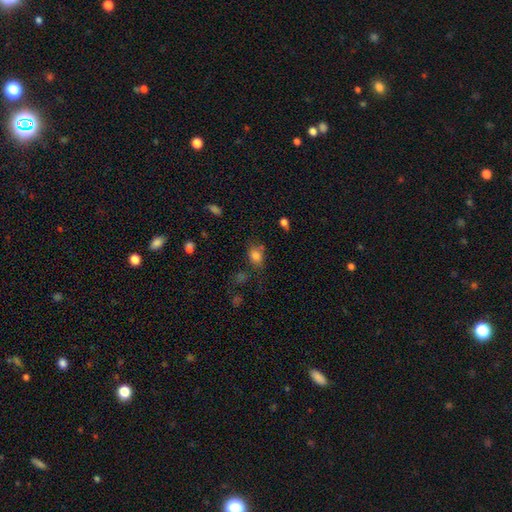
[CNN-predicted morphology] Smooth or featured? smooth (80%)
How rounded? in between (61%)
Merging? none (60%)